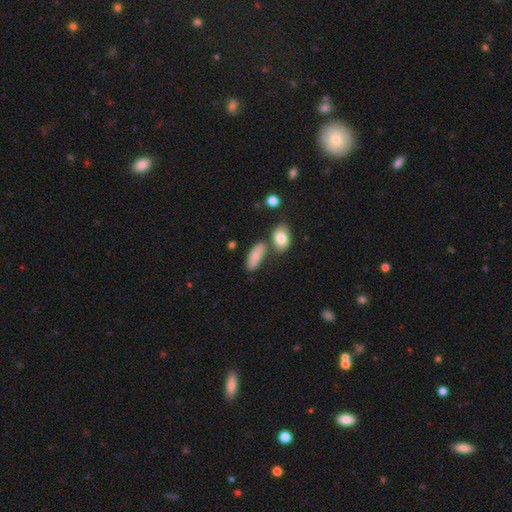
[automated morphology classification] smooth 82%, featured or disk 11%, star or artifact 7%. Down the decision tree: how rounded — in between (80%); merging — none (61%).